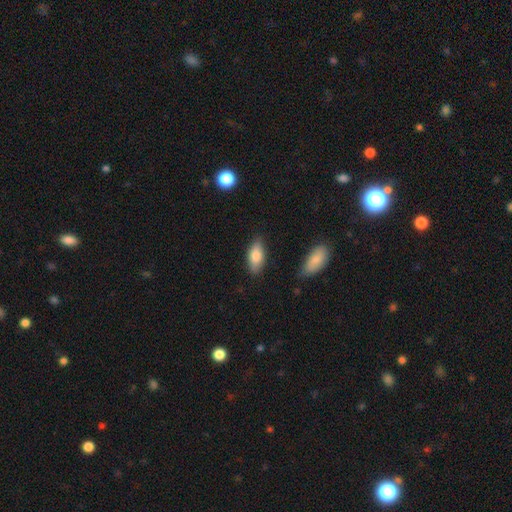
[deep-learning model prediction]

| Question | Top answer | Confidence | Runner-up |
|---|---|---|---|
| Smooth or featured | smooth | 80% | featured or disk (14%) |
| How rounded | in between | 85% | cigar-shaped (12%) |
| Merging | none | 81% | minor disturbance (14%) |